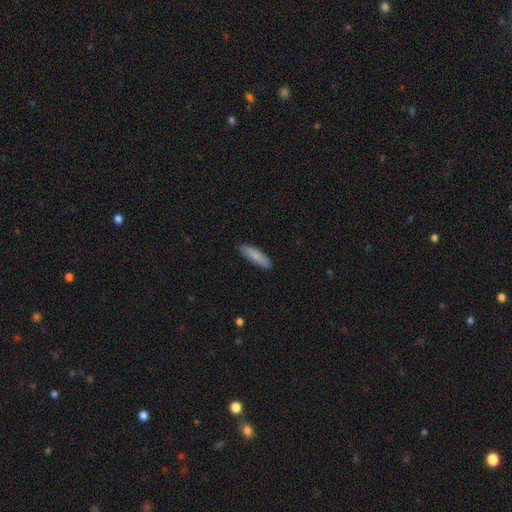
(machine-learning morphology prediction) A smooth galaxy with no disk features (83%) that is cigar-shaped (69%).

Vote fractions:
- Smooth or featured? smooth: 83% / featured or disk: 11% / star or artifact: 6%
- How rounded? cigar-shaped: 69% / in between: 30% / round: 1%
- Merging? none: 87% / minor disturbance: 10% / major disturbance: 2% / merger: 1%